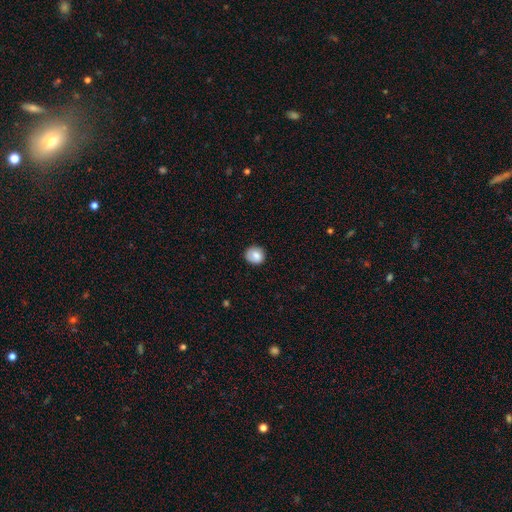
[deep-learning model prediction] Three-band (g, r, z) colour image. It shows a smooth galaxy with no disk features (81%) that is round (80%). Merging: none (82%).